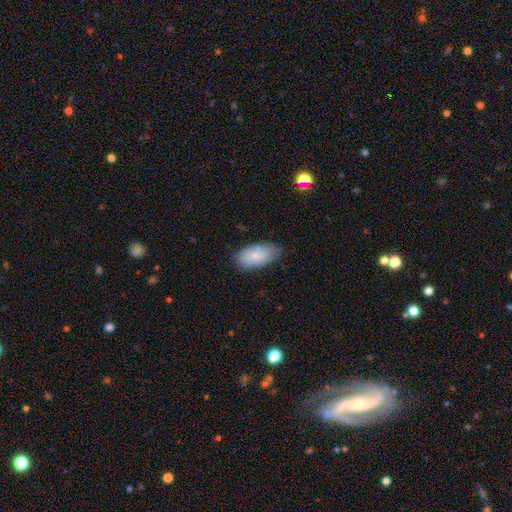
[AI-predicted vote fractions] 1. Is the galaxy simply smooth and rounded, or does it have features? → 76% smooth, 18% featured or disk, 7% star or artifact.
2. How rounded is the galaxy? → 94% in between, 3% cigar-shaped, 3% round.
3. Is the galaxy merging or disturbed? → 75% none, 20% minor disturbance, 4% major disturbance, 1% merger.